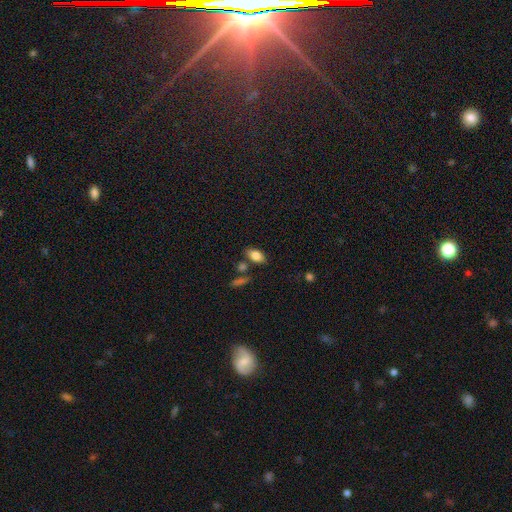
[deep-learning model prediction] Smooth or featured: smooth — 83% (featured or disk — 9%)
How rounded: in between — 90% (round — 7%)
Merging: none — 74% (minor disturbance — 12%)